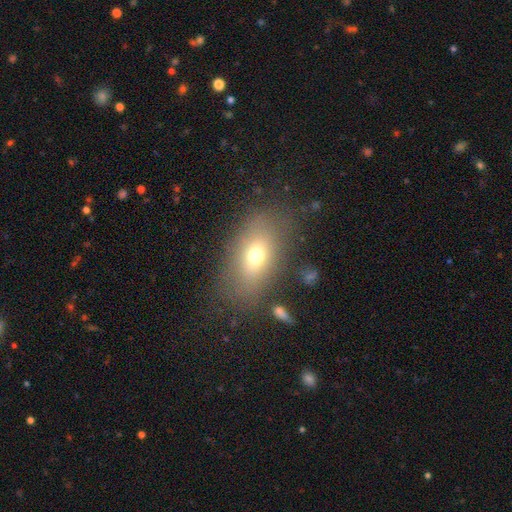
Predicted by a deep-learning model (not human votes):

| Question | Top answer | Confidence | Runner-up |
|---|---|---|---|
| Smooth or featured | smooth | 67% | featured or disk (20%) |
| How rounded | in between | 83% | round (13%) |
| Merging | none | 75% | minor disturbance (14%) |